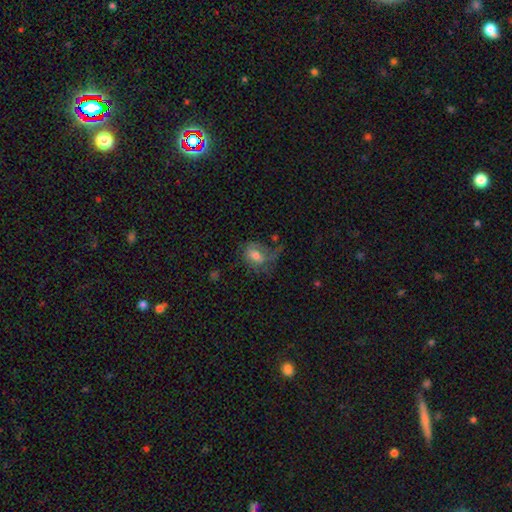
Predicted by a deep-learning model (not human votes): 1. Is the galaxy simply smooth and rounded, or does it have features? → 55% smooth, 36% featured or disk, 10% star or artifact.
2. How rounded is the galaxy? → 73% in between, 25% round, 2% cigar-shaped.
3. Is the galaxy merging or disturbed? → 36% major disturbance, 35% none, 25% minor disturbance, 4% merger.